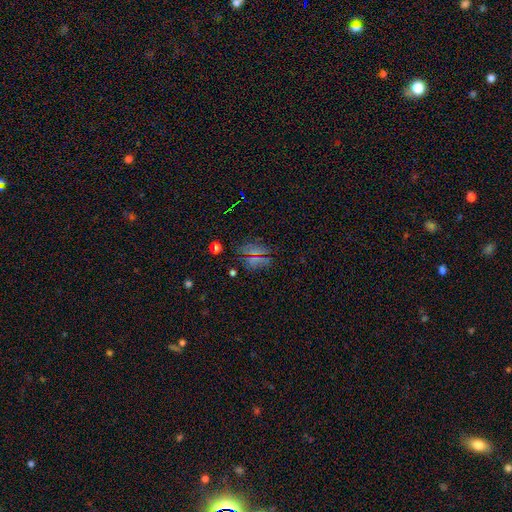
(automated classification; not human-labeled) star or artifact 46%, smooth 32%, featured or disk 23%.